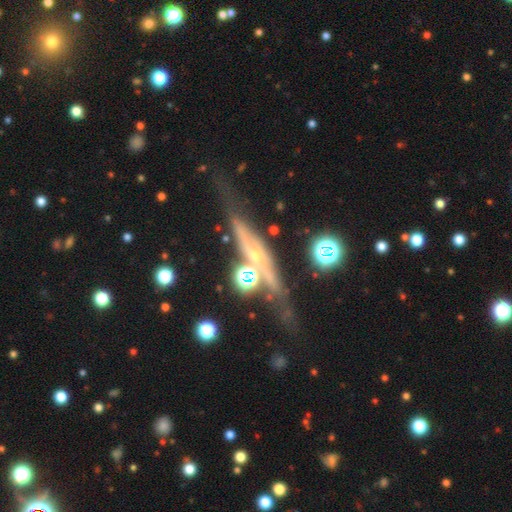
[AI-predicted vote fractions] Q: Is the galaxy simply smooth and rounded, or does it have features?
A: featured or disk — 71%.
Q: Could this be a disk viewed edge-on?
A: yes — 84%.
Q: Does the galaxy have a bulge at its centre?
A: rounded — 77%.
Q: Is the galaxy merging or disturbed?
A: none — 60%.